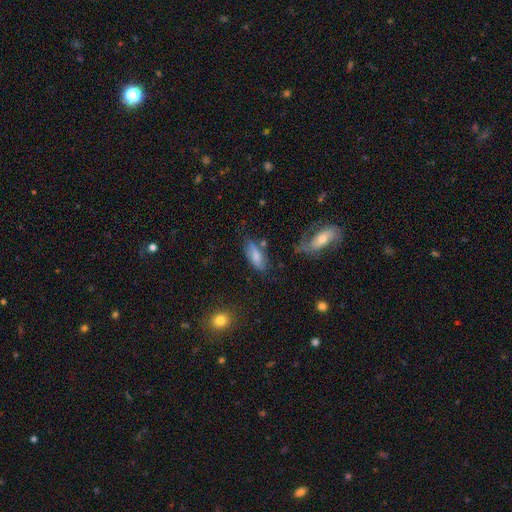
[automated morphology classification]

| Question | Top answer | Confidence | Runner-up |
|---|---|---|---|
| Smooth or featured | smooth | 70% | featured or disk (22%) |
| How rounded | in between | 76% | cigar-shaped (22%) |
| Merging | none | 58% | minor disturbance (25%) |